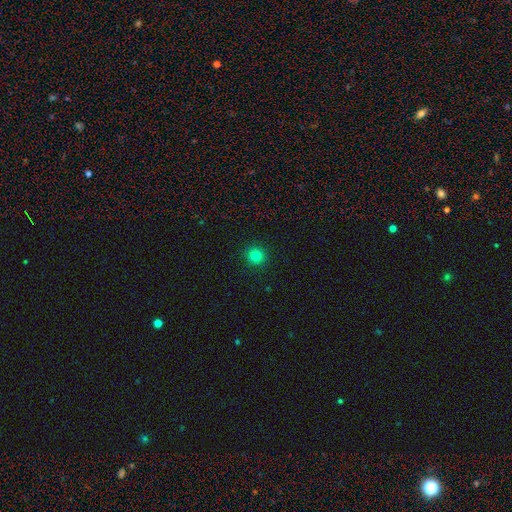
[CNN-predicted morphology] This appears to be a smooth galaxy with no disk features (81%) that is round (94%). Merging: none (93%).